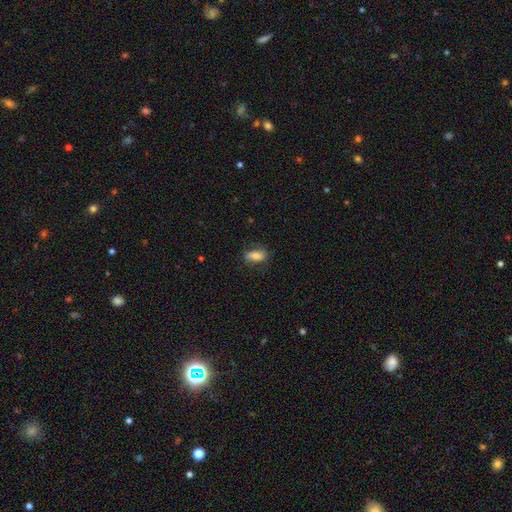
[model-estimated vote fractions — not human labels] smooth 73%, featured or disk 18%, star or artifact 8%. Down the decision tree: how rounded — in between (83%); merging — none (72%).